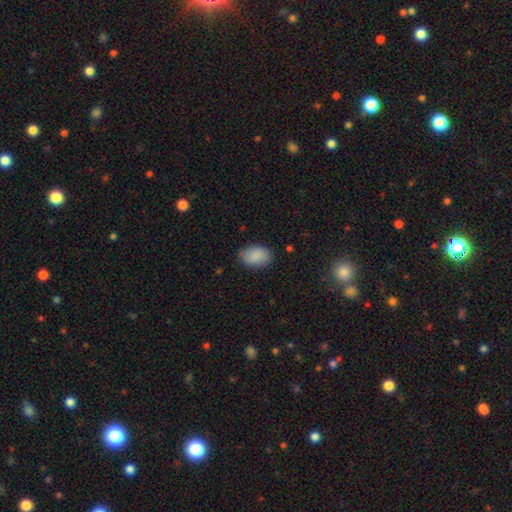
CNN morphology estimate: This appears to be a smooth galaxy with no disk features (88%) that is in between round and cigar-shaped (86%). Merging: none (80%).